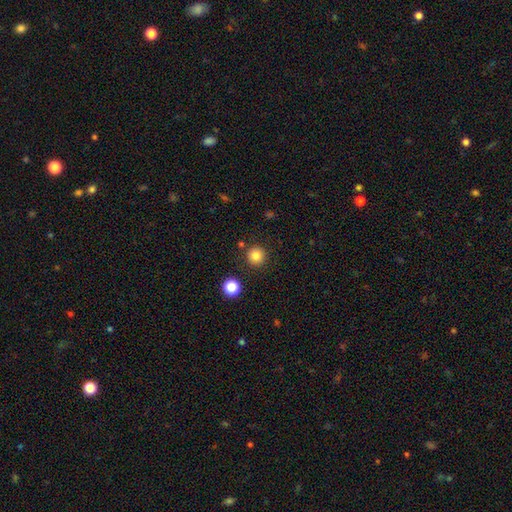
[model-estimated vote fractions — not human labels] The model was most divided on "smooth or featured": smooth: 84%, star or artifact: 12%, featured or disk: 5%. More confident: how rounded — round (95%); merging — none (88%).